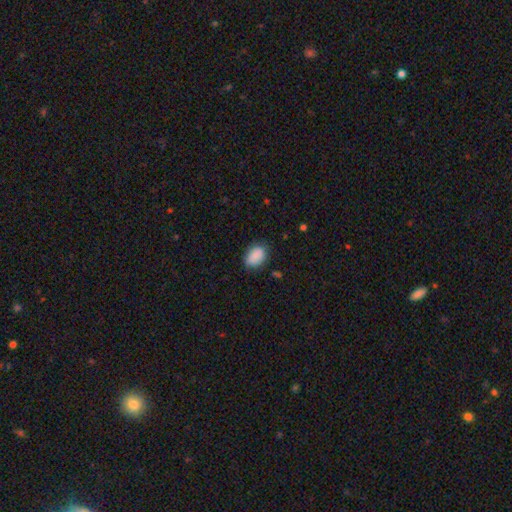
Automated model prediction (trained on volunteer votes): Smooth or featured? smooth (88%)
How rounded? in between (80%)
Merging? none (76%)